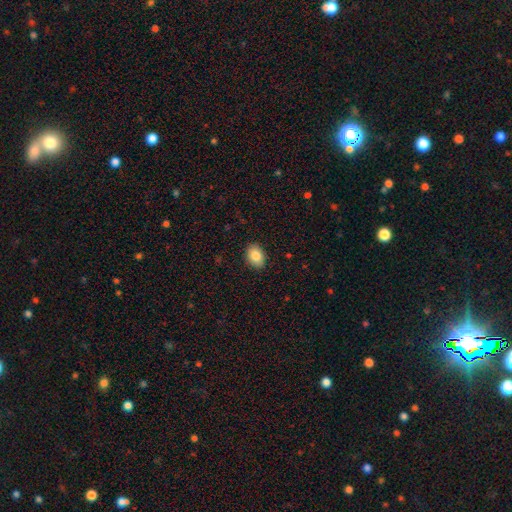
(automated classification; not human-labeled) smooth-or-featured: smooth: 86% | star or artifact: 8% | featured or disk: 7%
  how-rounded: in between: 80% | round: 19% | cigar-shaped: 1%
  merging: none: 89% | minor disturbance: 8% | major disturbance: 2% | merger: 1%